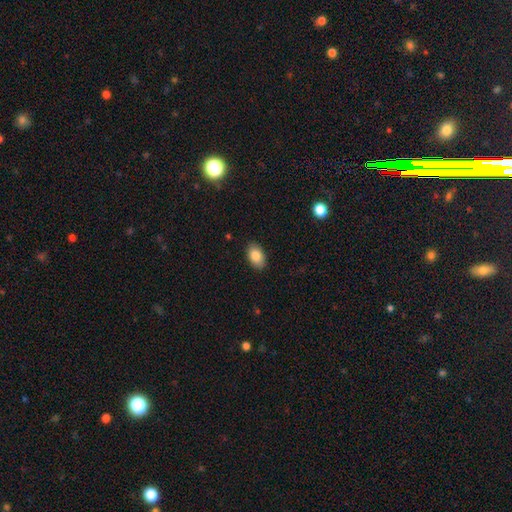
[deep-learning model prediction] A smooth galaxy with no disk features (86%) that is in between round and cigar-shaped (91%).

Vote fractions:
- Smooth or featured? smooth: 86% / star or artifact: 7% / featured or disk: 7%
- How rounded? in between: 91% / round: 7% / cigar-shaped: 1%
- Merging? none: 88% / minor disturbance: 9% / major disturbance: 2% / merger: 1%